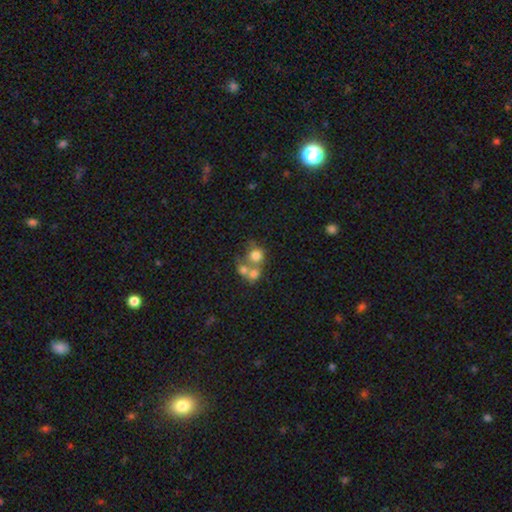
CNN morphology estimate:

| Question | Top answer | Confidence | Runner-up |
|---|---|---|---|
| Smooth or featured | smooth | 67% | featured or disk (20%) |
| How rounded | round | 80% | in between (19%) |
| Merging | merger | 55% | none (33%) |